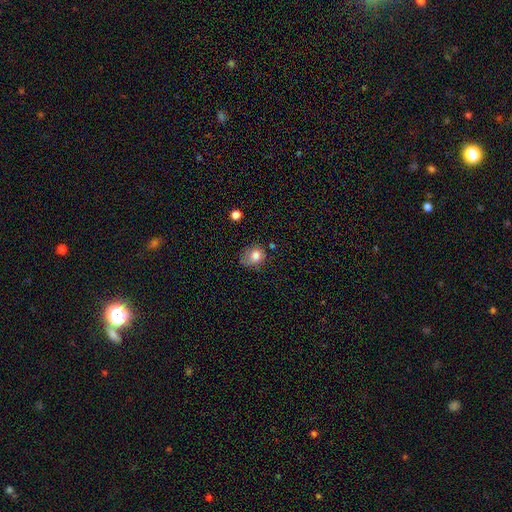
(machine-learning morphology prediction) smooth 80%, star or artifact 10%, featured or disk 10%. Down the decision tree: how rounded — round (57%); merging — none (53%).